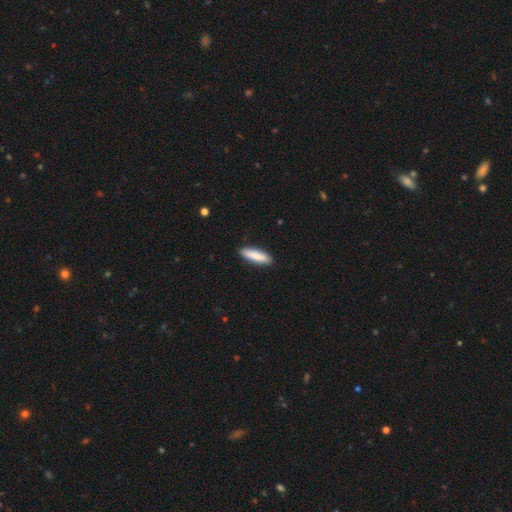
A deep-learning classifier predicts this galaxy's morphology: Smooth or featured?
  - smooth: 85% *
  - featured or disk: 10%
  - star or artifact: 5%
How rounded?
  - cigar-shaped: 68% *
  - in between: 31%
  - round: 1%
Merging?
  - none: 90% *
  - minor disturbance: 8%
  - major disturbance: 2%
  - merger: 1%